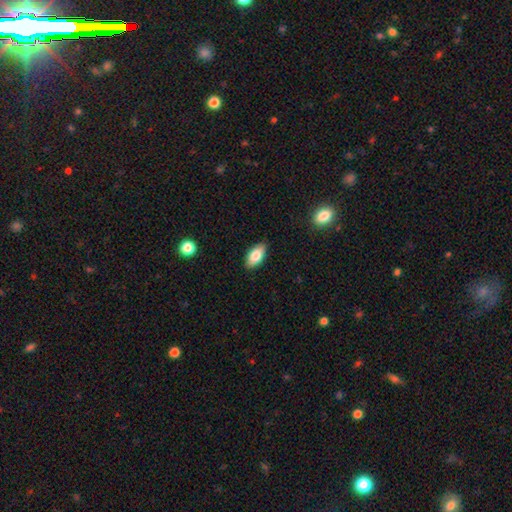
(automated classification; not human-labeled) The model was most divided on "smooth or featured": smooth: 79%, featured or disk: 14%, star or artifact: 7%. More confident: how rounded — in between (90%); merging — none (87%).